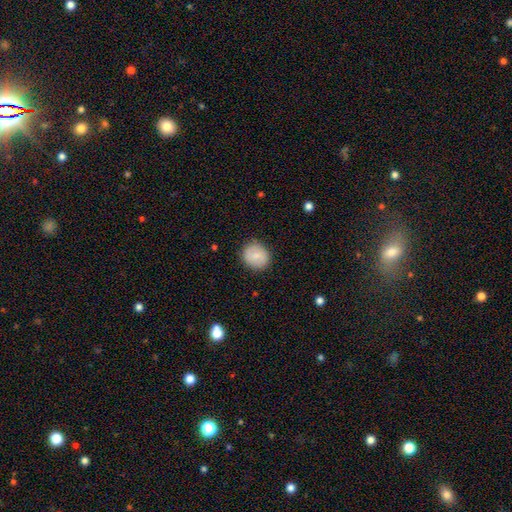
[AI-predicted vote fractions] Smooth or featured? smooth (75%)
How rounded? round (79%)
Merging? none (86%)